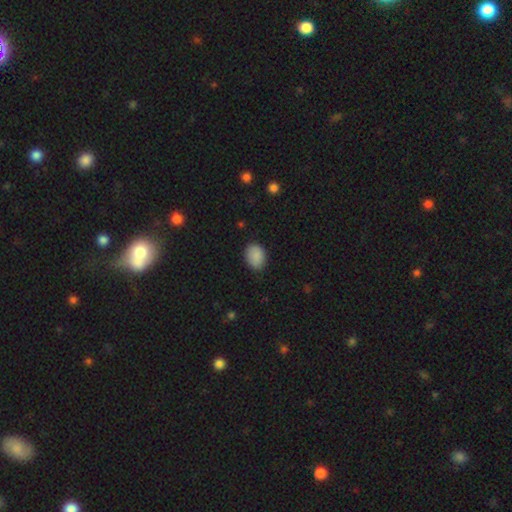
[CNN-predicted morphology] smooth_or_featured: smooth (p=0.88) [alt: star or artifact p=0.08]
how_rounded: in between (p=0.73) [alt: round p=0.26]
merging: none (p=0.83) [alt: minor disturbance p=0.13]